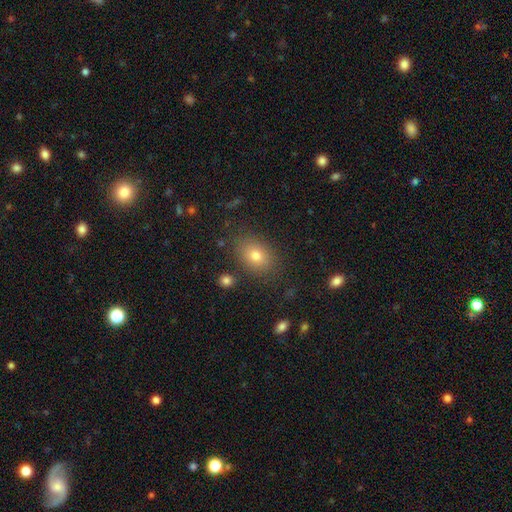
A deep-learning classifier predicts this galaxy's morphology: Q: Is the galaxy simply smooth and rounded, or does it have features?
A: smooth — 76%.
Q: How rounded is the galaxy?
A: in between — 76%.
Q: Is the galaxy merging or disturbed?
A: none — 83%.